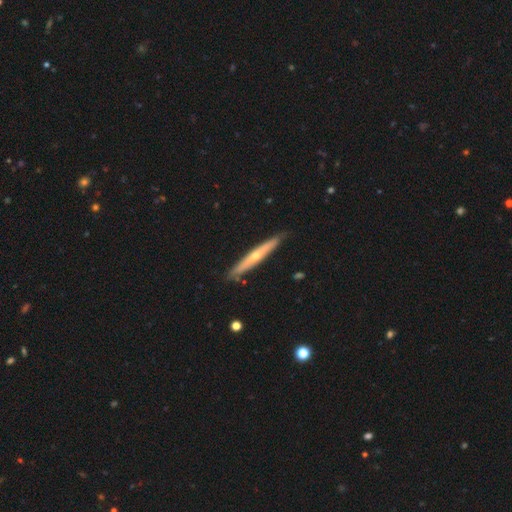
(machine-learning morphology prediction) A featured or disk galaxy (61%) viewed edge-on (92%) with a rounded central bulge (75%). Merging: none (86%).